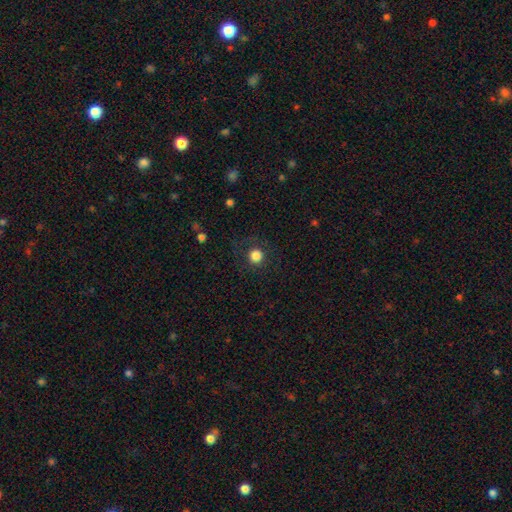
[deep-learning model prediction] Smooth or featured?
  - smooth: 84% *
  - star or artifact: 11%
  - featured or disk: 5%
How rounded?
  - round: 94% *
  - in between: 5%
  - cigar-shaped: 1%
Merging?
  - none: 86% *
  - minor disturbance: 8%
  - major disturbance: 5%
  - merger: 1%